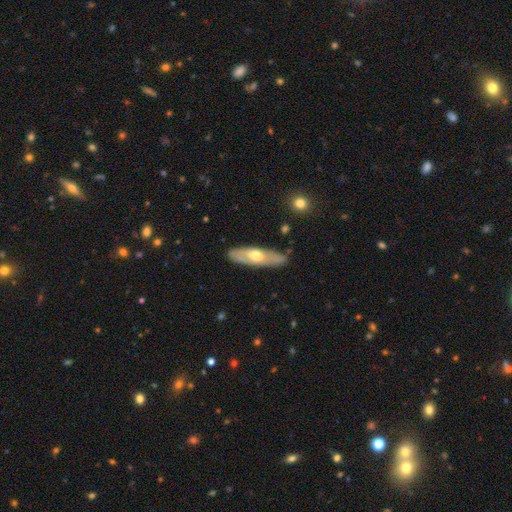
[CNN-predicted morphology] Smooth or featured? Predicted: featured or disk (p=0.54). Edge-on disk? Predicted: no (p=0.53). Merging? Predicted: none (p=0.82).